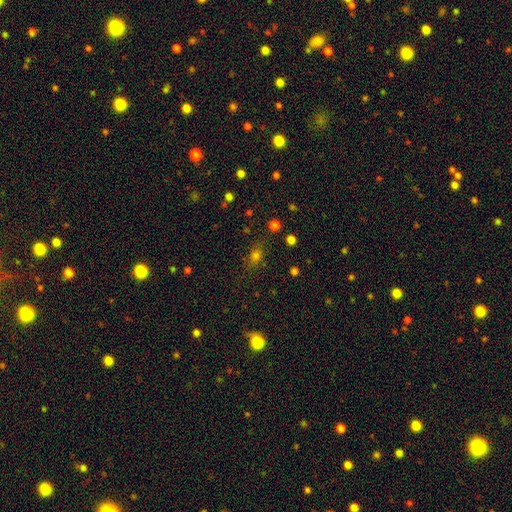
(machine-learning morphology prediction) This is likely a smooth galaxy (67%). How rounded: likely in between (61%). Merging: likely none (78%).